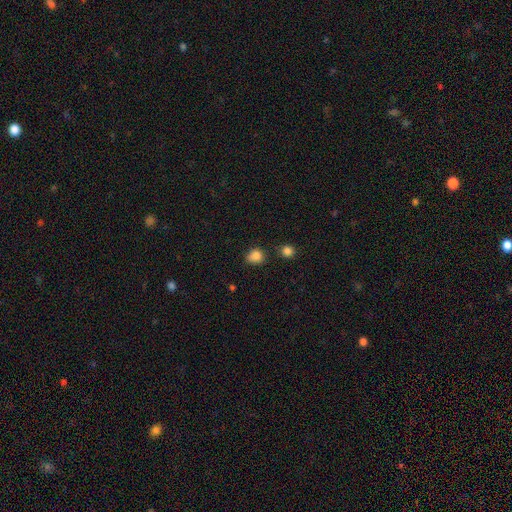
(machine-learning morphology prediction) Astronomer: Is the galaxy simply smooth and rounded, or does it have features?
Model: smooth — 83%.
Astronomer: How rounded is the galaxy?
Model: round — 68%.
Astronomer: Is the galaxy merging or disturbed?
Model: none — 64%.